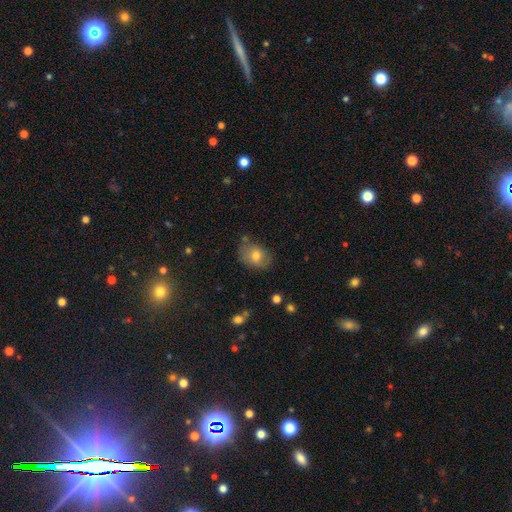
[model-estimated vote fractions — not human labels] Q: Smooth or featured?
A: smooth (72%); runner-up: featured or disk (19%)
Q: How rounded?
A: in between (67%); runner-up: round (32%)
Q: Merging?
A: none (69%); runner-up: minor disturbance (22%)